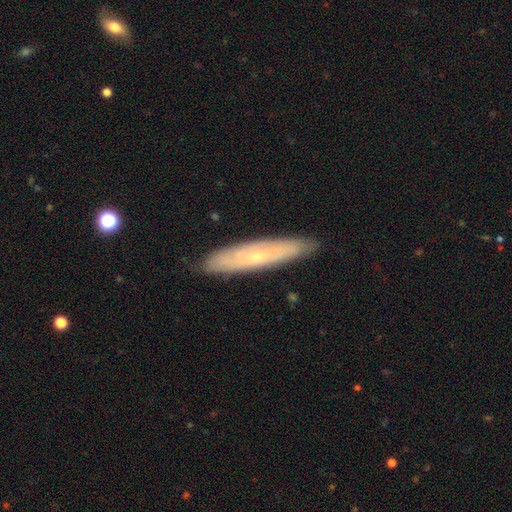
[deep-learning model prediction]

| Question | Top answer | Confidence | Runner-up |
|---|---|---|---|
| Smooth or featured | featured or disk | 56% | smooth (38%) |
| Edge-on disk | yes | 56% | no (44%) |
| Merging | none | 86% | minor disturbance (11%) |